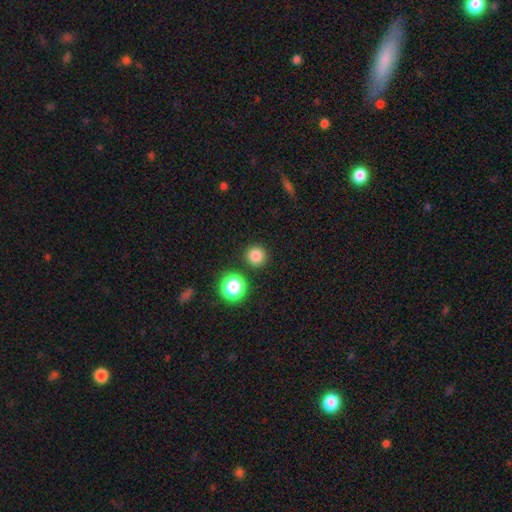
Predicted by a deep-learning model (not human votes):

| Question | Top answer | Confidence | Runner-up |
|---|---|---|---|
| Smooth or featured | smooth | 81% | star or artifact (14%) |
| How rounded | round | 95% | in between (4%) |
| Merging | none | 89% | minor disturbance (5%) |